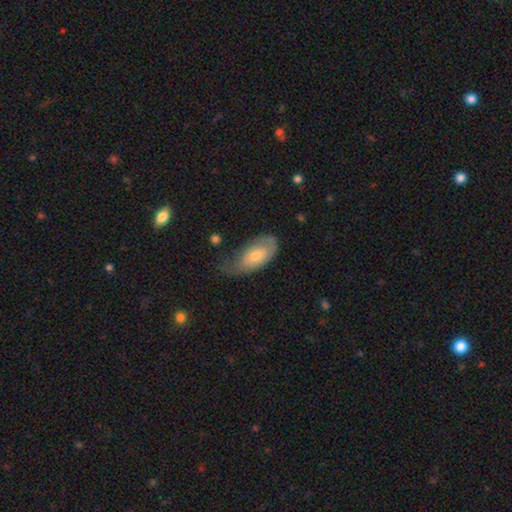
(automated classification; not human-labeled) Smooth or featured?
  - smooth: 59% *
  - featured or disk: 35%
  - star or artifact: 6%
How rounded?
  - in between: 90% *
  - cigar-shaped: 7%
  - round: 3%
Merging?
  - minor disturbance: 39% *
  - none: 37%
  - major disturbance: 22%
  - merger: 2%